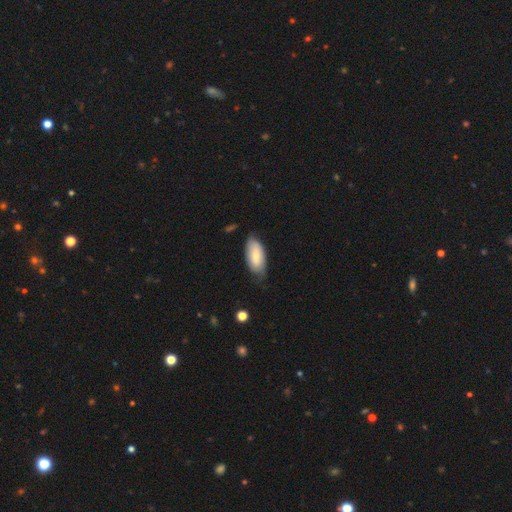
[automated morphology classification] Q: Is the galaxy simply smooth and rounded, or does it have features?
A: smooth — 71%.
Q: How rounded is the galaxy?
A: in between — 92%.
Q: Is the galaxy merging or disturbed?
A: none — 64%.